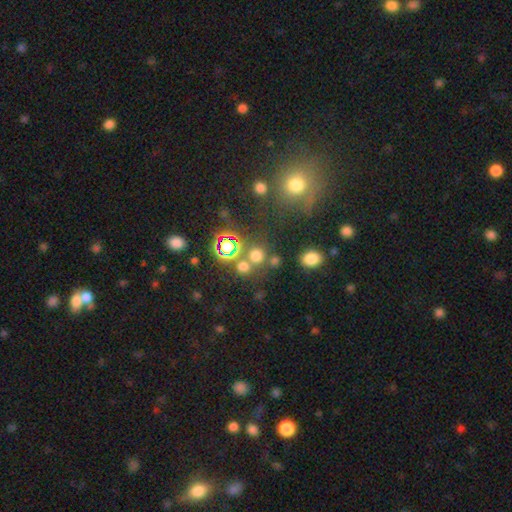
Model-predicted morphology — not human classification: Smooth or featured: smooth — 64% (star or artifact — 29%)
How rounded: round — 89% (in between — 10%)
Merging: none — 67% (merger — 20%)